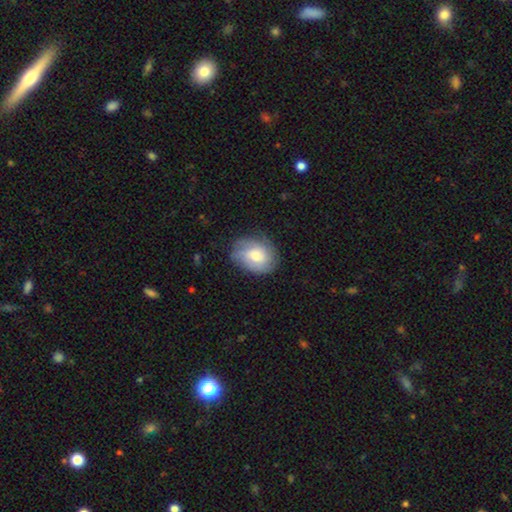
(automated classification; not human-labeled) A smooth galaxy with no disk features (52%) that is in between round and cigar-shaped (58%). Merging: none (70%).